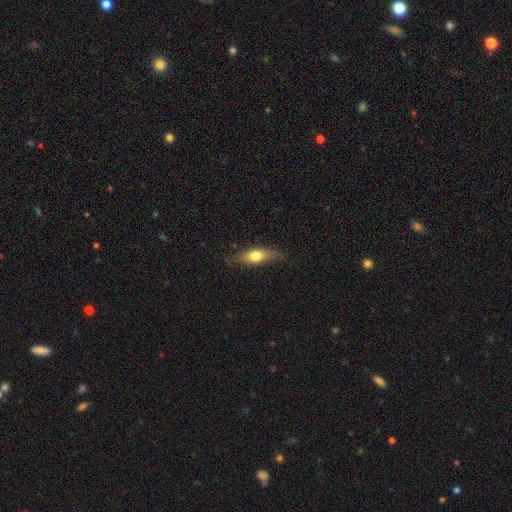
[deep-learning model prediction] Smooth or featured?
  - smooth: 65% *
  - featured or disk: 28%
  - star or artifact: 7%
How rounded?
  - in between: 63% *
  - cigar-shaped: 33%
  - round: 5%
Merging?
  - none: 71% *
  - minor disturbance: 22%
  - major disturbance: 5%
  - merger: 1%